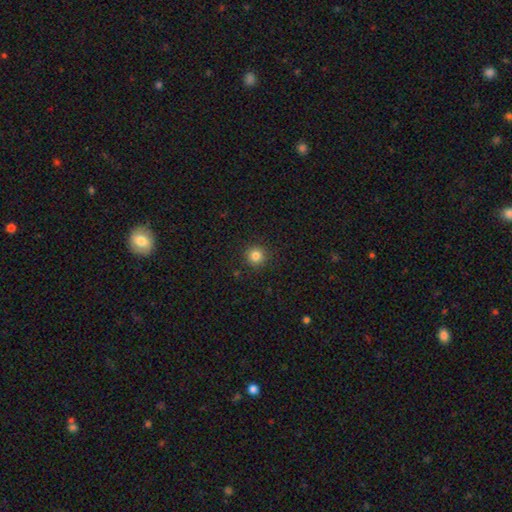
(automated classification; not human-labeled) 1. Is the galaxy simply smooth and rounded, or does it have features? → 82% smooth, 13% star or artifact, 5% featured or disk.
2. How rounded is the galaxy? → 95% round, 4% in between, 1% cigar-shaped.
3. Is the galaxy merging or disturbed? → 91% none, 6% minor disturbance, 2% major disturbance, 1% merger.